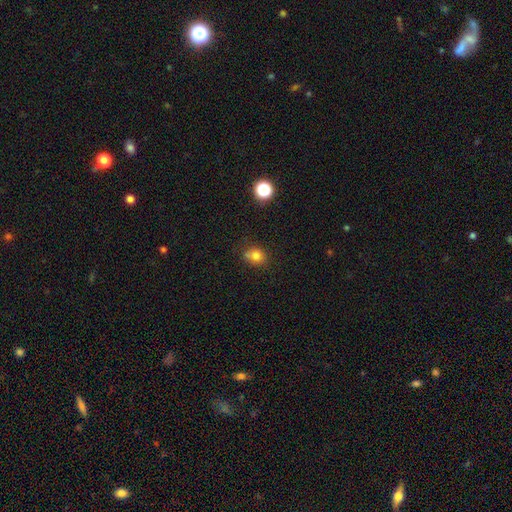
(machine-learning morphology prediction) This is likely a smooth galaxy (77%). How rounded: likely round (66%). Merging: likely none (60%).